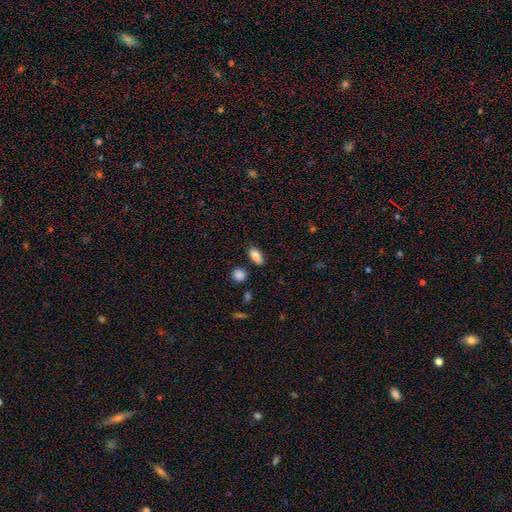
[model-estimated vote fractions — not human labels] Smooth or featured? smooth (85%)
How rounded? in between (86%)
Merging? none (79%)